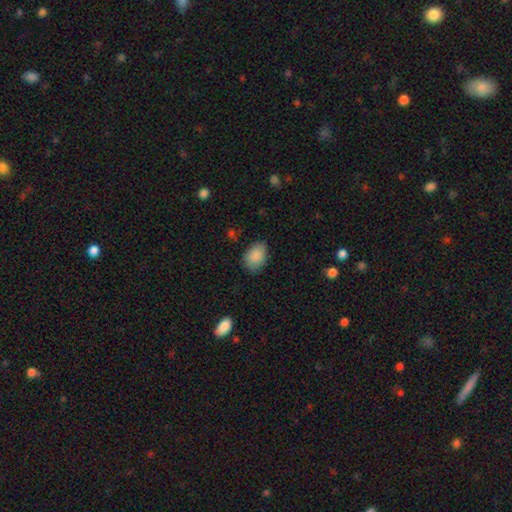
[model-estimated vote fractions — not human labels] This appears to be a smooth galaxy with no disk features (88%) that is in between round and cigar-shaped (80%). Merging: none (76%).